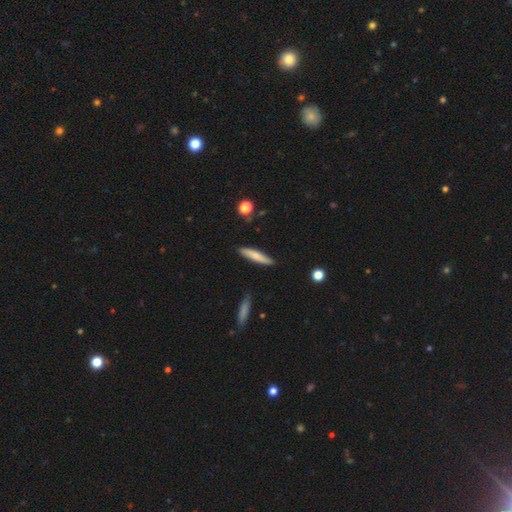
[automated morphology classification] The model was most divided on "smooth or featured": smooth: 73%, featured or disk: 21%, star or artifact: 6%. More confident: merging — none (87%); how rounded — cigar-shaped (87%).